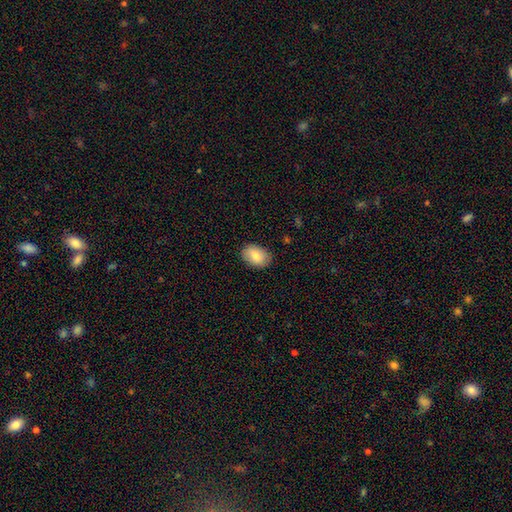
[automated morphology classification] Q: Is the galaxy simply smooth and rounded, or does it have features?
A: smooth — 84%.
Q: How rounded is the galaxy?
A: in between — 84%.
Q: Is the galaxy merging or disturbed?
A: none — 86%.